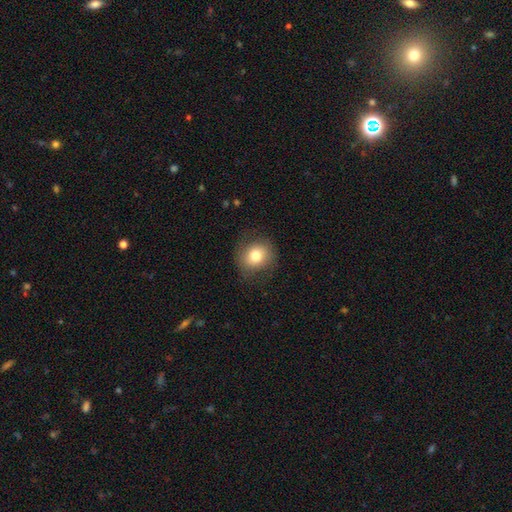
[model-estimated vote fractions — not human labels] This appears to be a smooth galaxy with no disk features (77%) that is round (76%). Merging: none (79%).